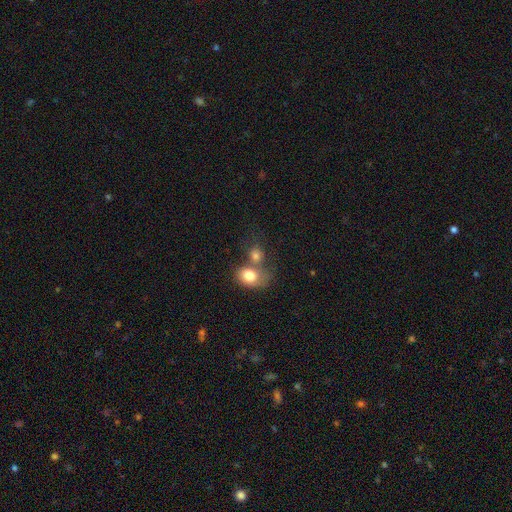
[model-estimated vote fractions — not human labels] smooth-or-featured: smooth: 78% | featured or disk: 13% | star or artifact: 9%
  how-rounded: in between: 51% | round: 48% | cigar-shaped: 1%
  merging: merger: 53% | none: 30% | minor disturbance: 10% | major disturbance: 7%